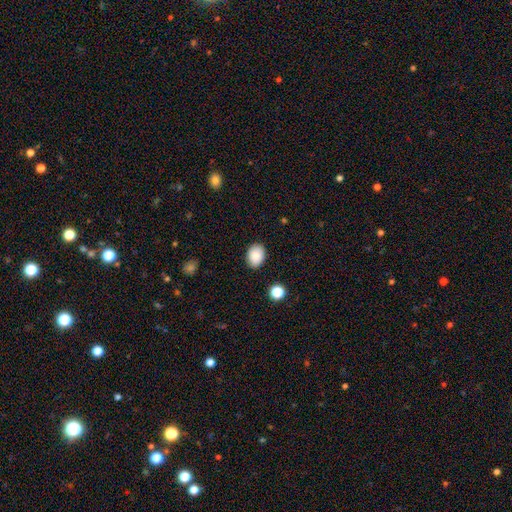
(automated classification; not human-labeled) This is clearly a smooth galaxy (88%). How rounded: likely in between (70%). Merging: clearly none (87%).